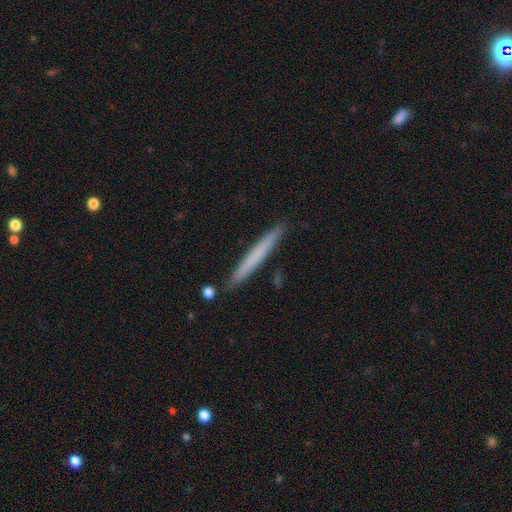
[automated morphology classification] Smooth or featured? smooth (66%)
How rounded? cigar-shaped (97%)
Merging? none (89%)